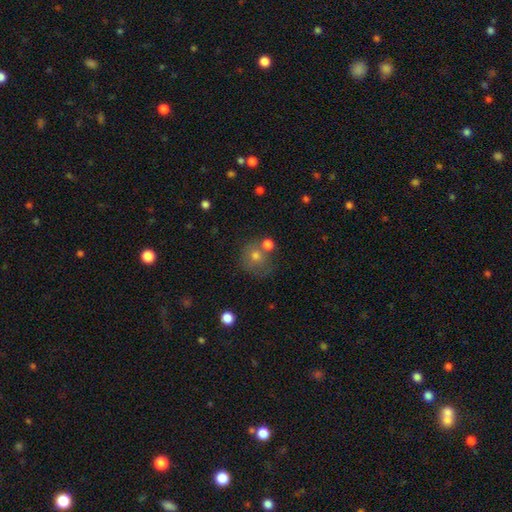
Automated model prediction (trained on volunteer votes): A smooth galaxy with no disk features (63%) that is round (83%).

Vote fractions:
- Smooth or featured? smooth: 63% / featured or disk: 20% / star or artifact: 17%
- How rounded? round: 83% / in between: 16% / cigar-shaped: 1%
- Merging? none: 54% / merger: 22% / minor disturbance: 15% / major disturbance: 9%